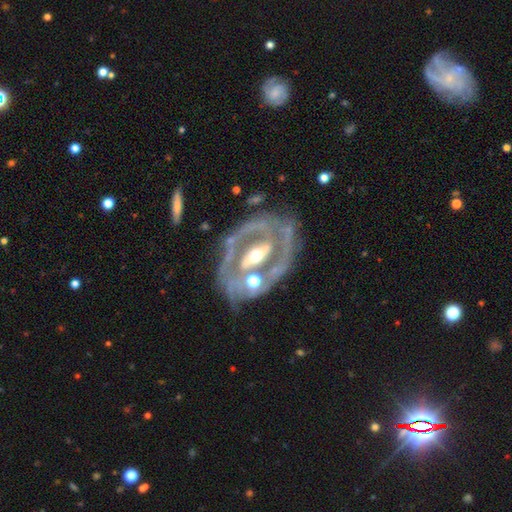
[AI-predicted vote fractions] A featured or disk galaxy (84%) with a strong bar (49%), spiral arms (61%) and a moderate central bulge (65%). Merging: none (55%).